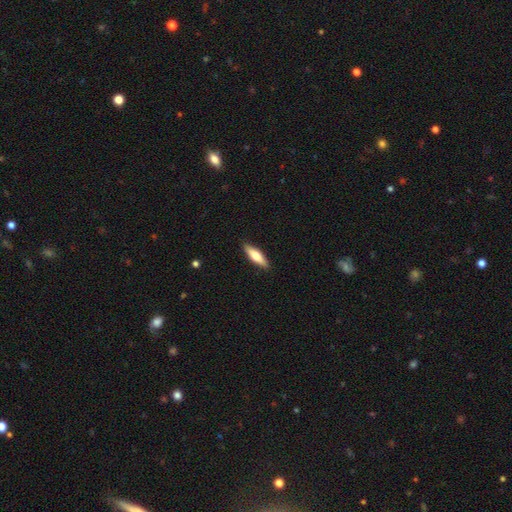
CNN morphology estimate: Smooth or featured: smooth — 57% (featured or disk — 37%)
How rounded: cigar-shaped — 60% (in between — 38%)
Merging: none — 89% (minor disturbance — 8%)